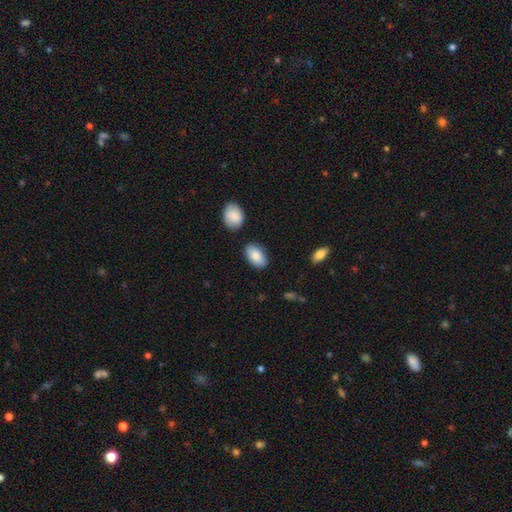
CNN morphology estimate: type=smooth (85%); roundness=in between (94%); merging=none (82%).